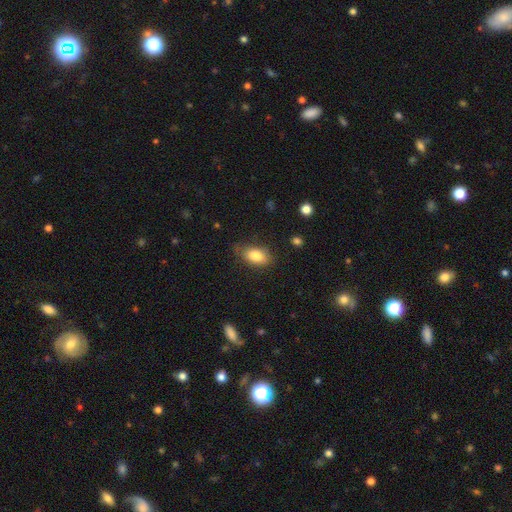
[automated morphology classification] The model was most divided on "merging": none: 70%, minor disturbance: 23%, major disturbance: 6%, merger: 2%. More confident: how rounded — in between (90%); smooth or featured — smooth (83%).